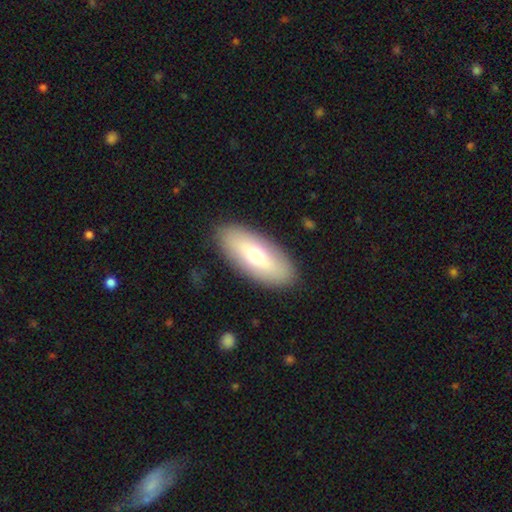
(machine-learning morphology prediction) Overall: smooth (63%; featured or disk 30%). How rounded: in between (84%). Merging: none (88%).